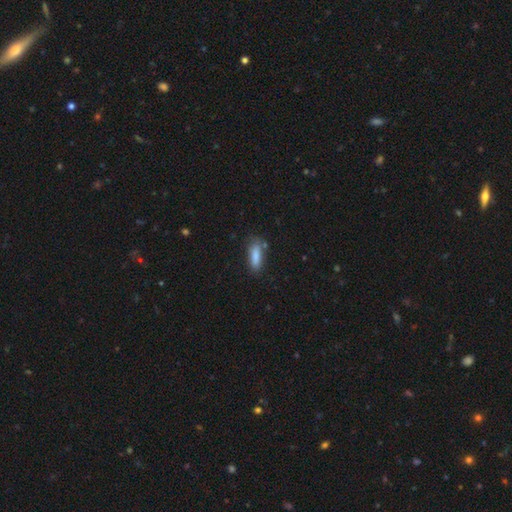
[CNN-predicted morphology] A smooth galaxy with no disk features (84%) that is in between round and cigar-shaped (57%).

Vote fractions:
- Smooth or featured? smooth: 84% / featured or disk: 9% / star or artifact: 7%
- How rounded? in between: 57% / cigar-shaped: 41% / round: 2%
- Merging? none: 72% / minor disturbance: 19% / merger: 5% / major disturbance: 5%